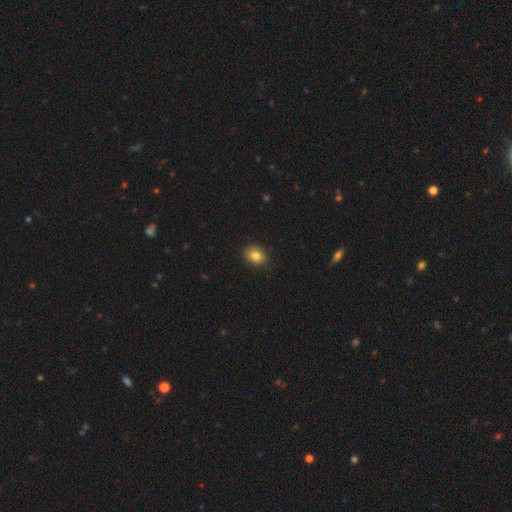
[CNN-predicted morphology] smooth_or_featured: smooth (p=0.83) [alt: star or artifact p=0.10]
how_rounded: in between (p=0.50) [alt: round p=0.49]
merging: none (p=0.86) [alt: minor disturbance p=0.10]